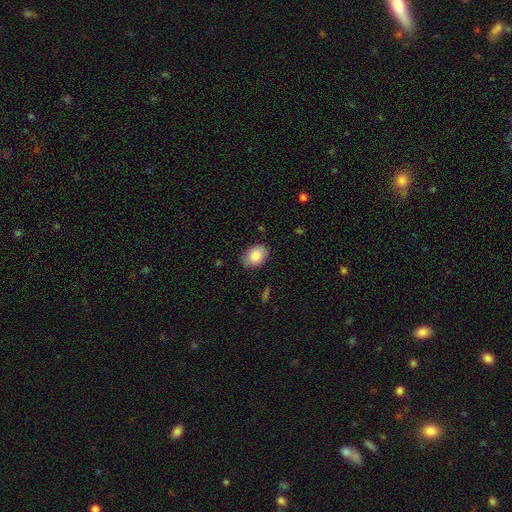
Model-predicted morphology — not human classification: A smooth galaxy with no disk features (87%) that is in between round and cigar-shaped (70%).

Vote fractions:
- Smooth or featured? smooth: 87% / star or artifact: 7% / featured or disk: 6%
- How rounded? in between: 70% / round: 29% / cigar-shaped: 1%
- Merging? none: 81% / minor disturbance: 15% / major disturbance: 3% / merger: 1%